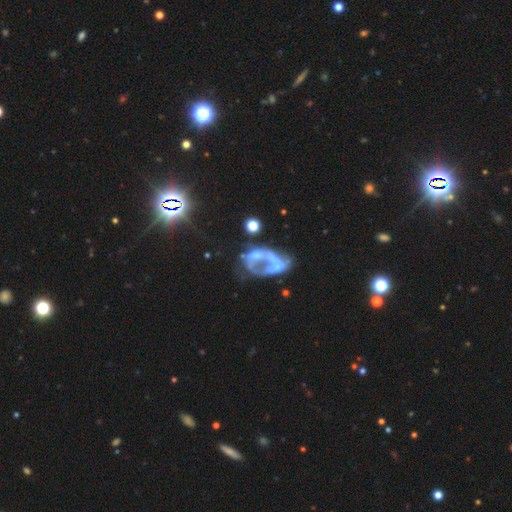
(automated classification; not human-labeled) smooth_or_featured: featured or disk (p=0.63) [alt: smooth p=0.21]
disk_edge_on: no (p=0.97) [alt: yes p=0.03]
bar: no (p=0.86) [alt: weak p=0.10]
has_spiral_arms: no (p=0.85) [alt: yes p=0.15]
bulge_size: none (p=0.57) [alt: moderate p=0.19]
merging: merger (p=0.37) [alt: major disturbance p=0.34]